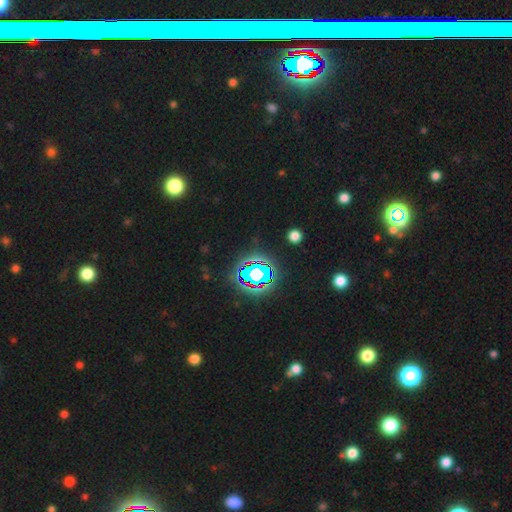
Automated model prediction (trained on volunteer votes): star or artifact 81%, smooth 12%, featured or disk 7%.